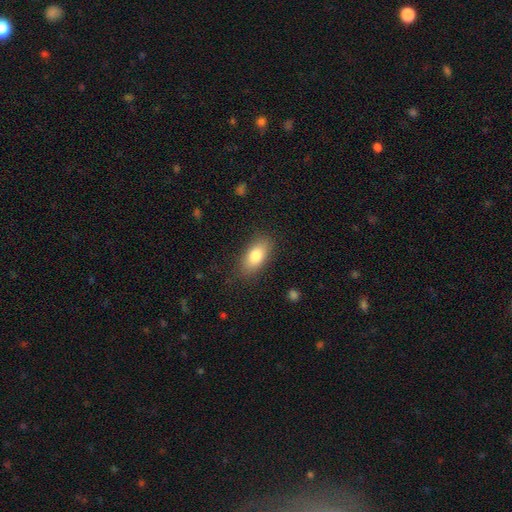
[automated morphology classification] This is clearly a smooth galaxy (82%). How rounded: clearly in between (87%). Merging: clearly none (82%).